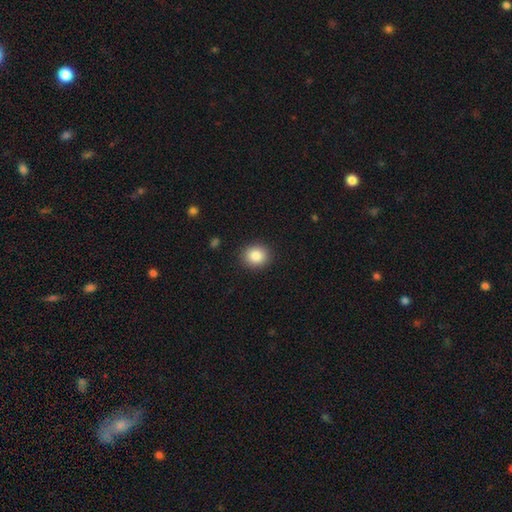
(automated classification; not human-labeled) Q: Smooth or featured?
A: smooth (87%); runner-up: star or artifact (9%)
Q: How rounded?
A: round (81%); runner-up: in between (18%)
Q: Merging?
A: none (90%); runner-up: minor disturbance (7%)